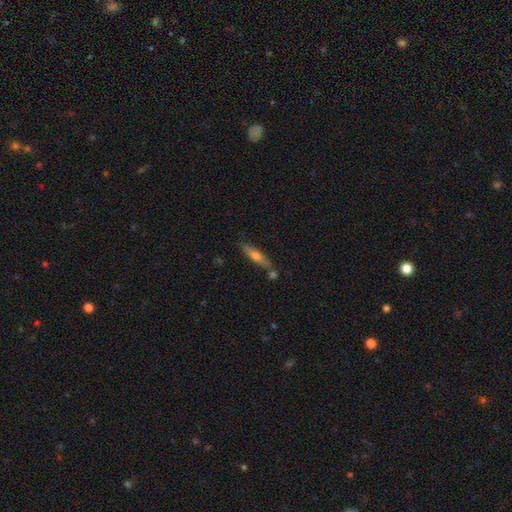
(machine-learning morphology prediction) smooth-or-featured: smooth: 55% | featured or disk: 38% | star or artifact: 7%
  how-rounded: cigar-shaped: 76% | in between: 22% | round: 2%
  merging: none: 71% | minor disturbance: 14% | merger: 12% | major disturbance: 3%